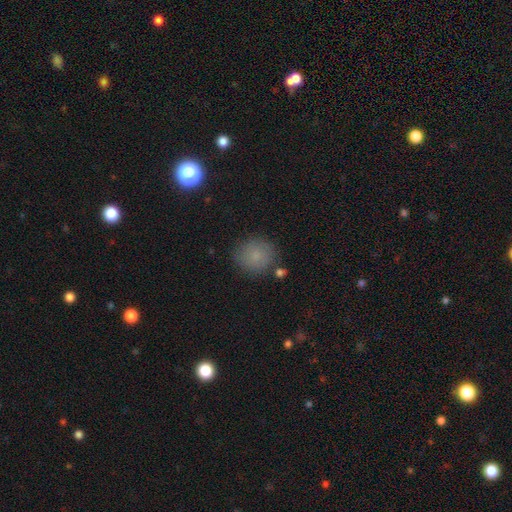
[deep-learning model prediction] Smooth or featured: smooth — 81% (star or artifact — 12%)
How rounded: round — 87% (in between — 12%)
Merging: none — 82% (minor disturbance — 11%)